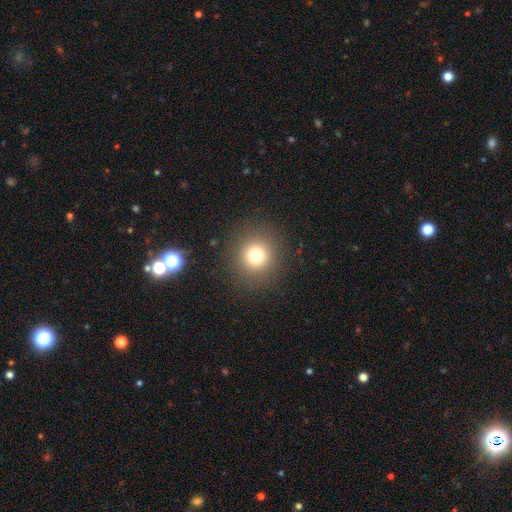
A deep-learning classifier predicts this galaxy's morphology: Smooth or featured?
  - smooth: 75% *
  - star or artifact: 16%
  - featured or disk: 9%
How rounded?
  - round: 93% *
  - in between: 6%
  - cigar-shaped: 1%
Merging?
  - none: 89% *
  - minor disturbance: 6%
  - major disturbance: 3%
  - merger: 1%